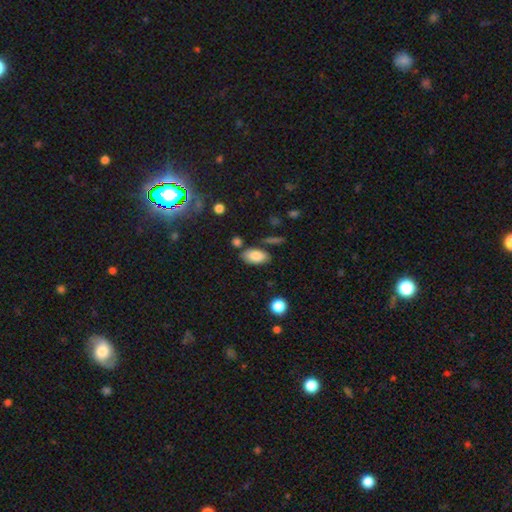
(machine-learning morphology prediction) smooth-or-featured: smooth: 83% | featured or disk: 9% | star or artifact: 8%
  how-rounded: in between: 93% | round: 4% | cigar-shaped: 3%
  merging: none: 77% | minor disturbance: 13% | merger: 7% | major disturbance: 3%